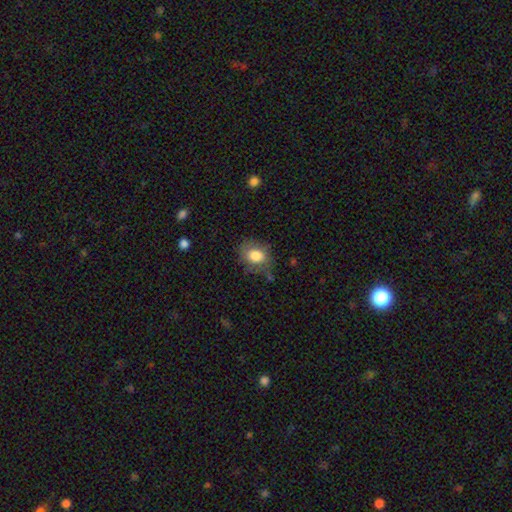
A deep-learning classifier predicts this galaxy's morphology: The model was most divided on "how rounded": in between: 56%, round: 43%, cigar-shaped: 1%. More confident: smooth or featured — smooth (78%); merging — none (62%).